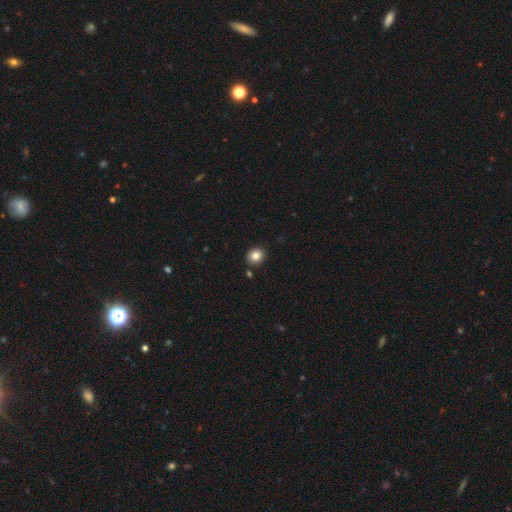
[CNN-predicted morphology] This is clearly a smooth galaxy (84%). How rounded: likely round (72%). Merging: clearly none (87%).